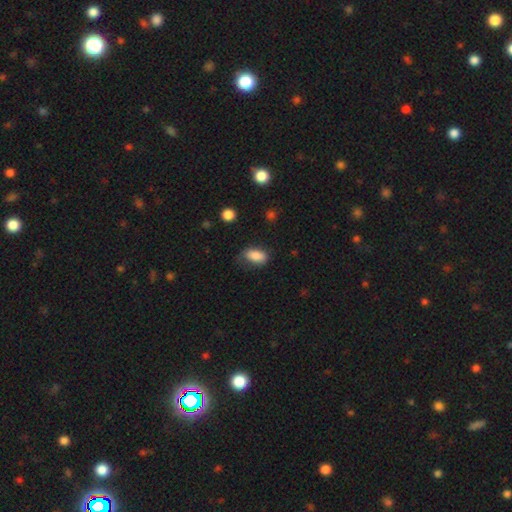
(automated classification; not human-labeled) The model was most divided on "merging": none: 63%, minor disturbance: 27%, major disturbance: 8%, merger: 2%. More confident: how rounded — in between (90%); smooth or featured — smooth (86%).